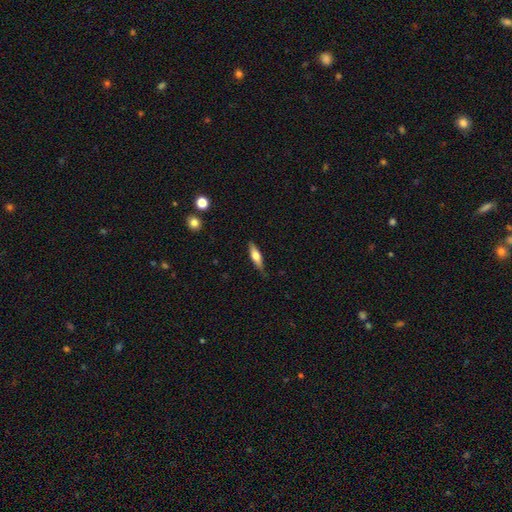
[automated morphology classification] Overall: smooth (55%; featured or disk 38%). How rounded: cigar-shaped (62%; in between 36%). Merging: none (82%).